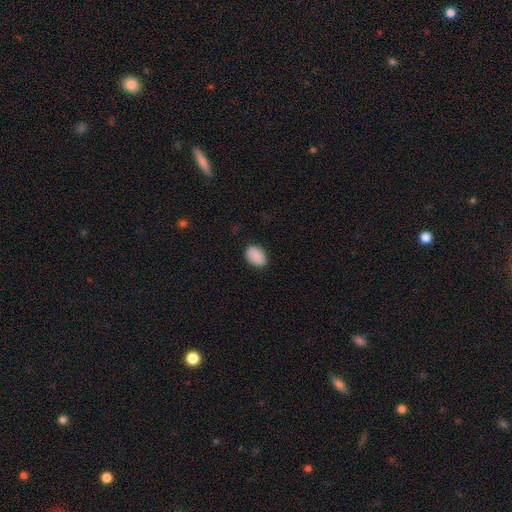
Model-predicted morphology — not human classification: A smooth galaxy with no disk features (90%) that is in between round and cigar-shaped (84%).

Vote fractions:
- Smooth or featured? smooth: 90% / star or artifact: 7% / featured or disk: 3%
- How rounded? in between: 84% / round: 15% / cigar-shaped: 1%
- Merging? none: 87% / minor disturbance: 10% / major disturbance: 2% / merger: 1%